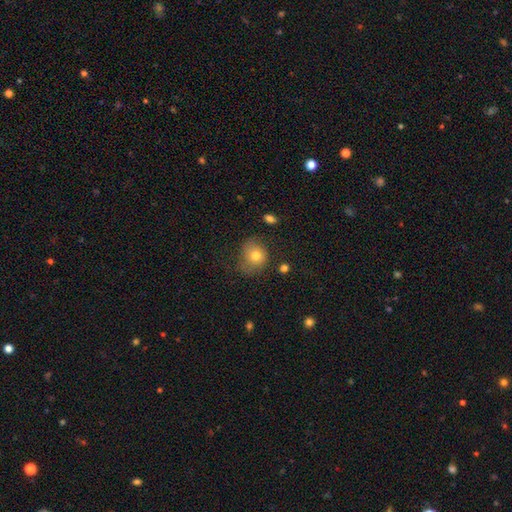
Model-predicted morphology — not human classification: smooth_or_featured: smooth (p=0.76) [alt: featured or disk p=0.14]
how_rounded: round (p=0.68) [alt: in between p=0.31]
merging: none (p=0.52) [alt: minor disturbance p=0.29]